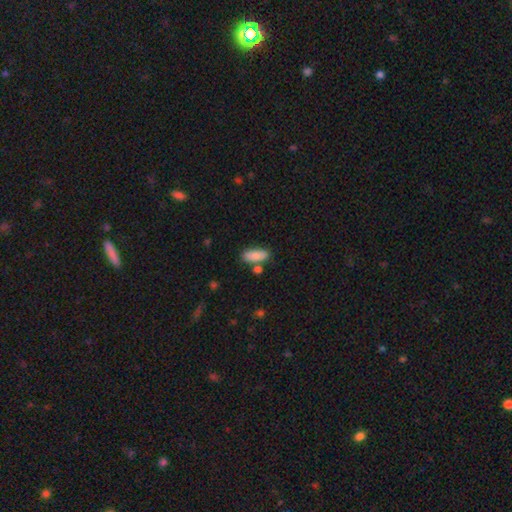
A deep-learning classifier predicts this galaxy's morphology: smooth-or-featured: smooth: 86% | featured or disk: 7% | star or artifact: 7%
  how-rounded: in between: 78% | cigar-shaped: 20% | round: 2%
  merging: none: 72% | minor disturbance: 13% | merger: 11% | major disturbance: 3%